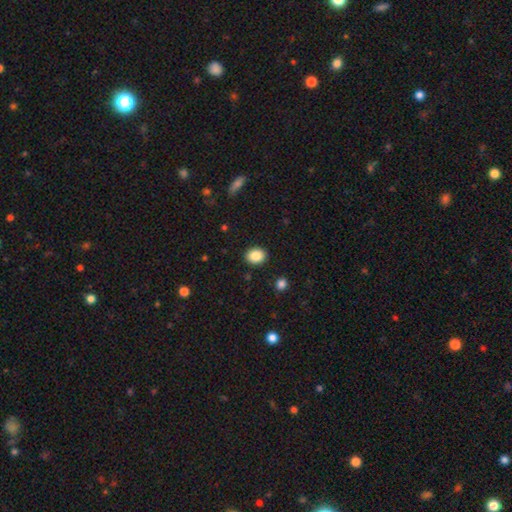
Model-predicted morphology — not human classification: A smooth galaxy with no disk features (86%) that is round (51%).

Vote fractions:
- Smooth or featured? smooth: 86% / star or artifact: 9% / featured or disk: 5%
- How rounded? round: 51% / in between: 48% / cigar-shaped: 1%
- Merging? none: 90% / minor disturbance: 7% / major disturbance: 2% / merger: 1%